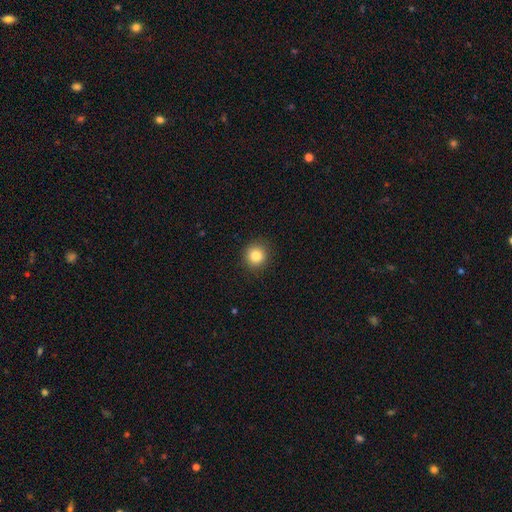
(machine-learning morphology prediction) Smooth or featured: smooth — 84% (star or artifact — 11%)
How rounded: round — 92% (in between — 7%)
Merging: none — 90% (minor disturbance — 7%)